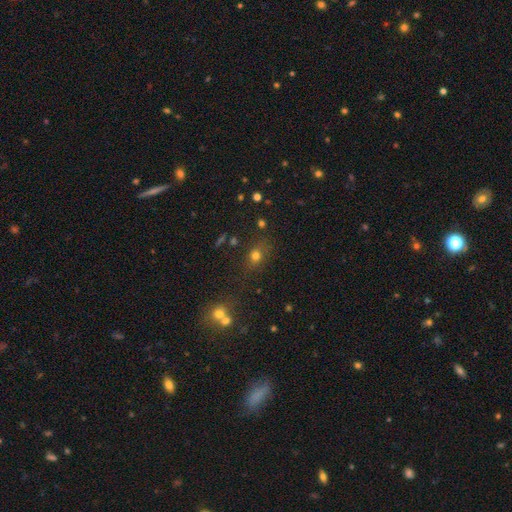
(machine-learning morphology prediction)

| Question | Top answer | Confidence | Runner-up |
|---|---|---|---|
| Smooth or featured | smooth | 71% | star or artifact (19%) |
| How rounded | round | 57% | in between (41%) |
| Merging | none | 74% | minor disturbance (14%) |